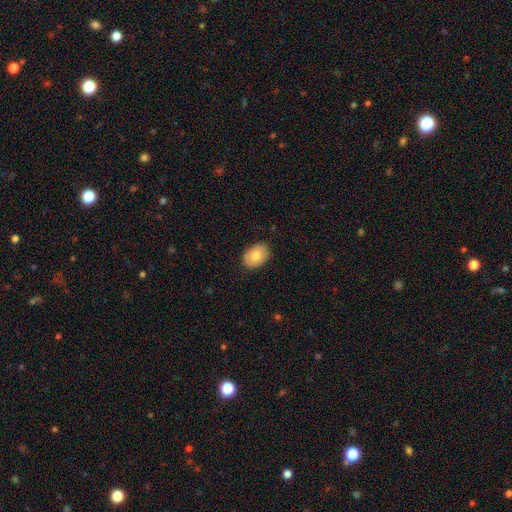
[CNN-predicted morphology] Smooth or featured? smooth (78%)
How rounded? in between (77%)
Merging? none (87%)